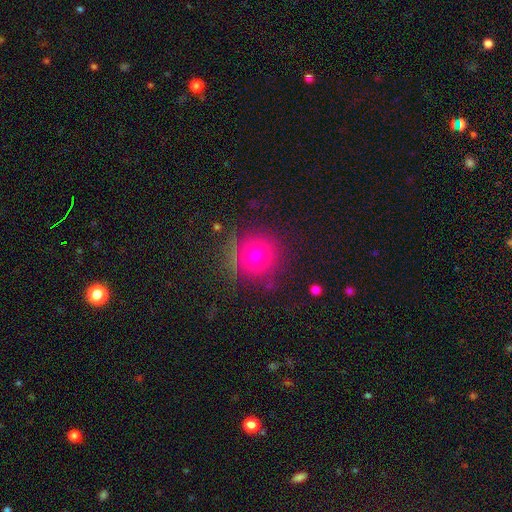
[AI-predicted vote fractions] This is likely a smooth galaxy (71%). How rounded: clearly round (94%). Merging: clearly none (83%).